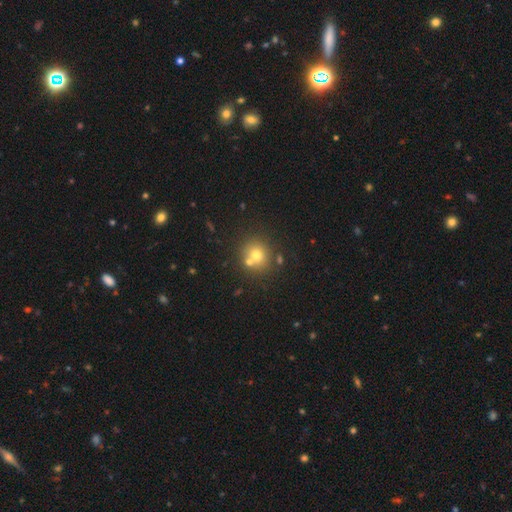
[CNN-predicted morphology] smooth-or-featured: smooth: 70% | star or artifact: 16% | featured or disk: 14%
  how-rounded: round: 87% | in between: 12% | cigar-shaped: 1%
  merging: none: 66% | merger: 22% | minor disturbance: 9% | major disturbance: 3%